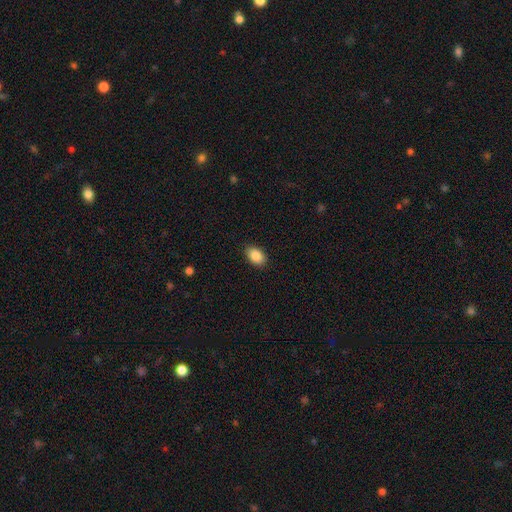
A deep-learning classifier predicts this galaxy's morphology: Smooth or featured: smooth — 87% (star or artifact — 8%)
How rounded: in between — 88% (round — 11%)
Merging: none — 89% (minor disturbance — 8%)